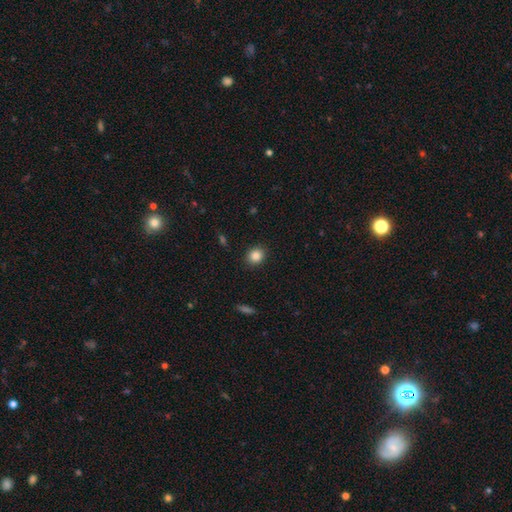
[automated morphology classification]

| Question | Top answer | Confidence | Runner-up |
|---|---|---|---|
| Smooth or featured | smooth | 85% | star or artifact (10%) |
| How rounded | round | 67% | in between (32%) |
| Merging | none | 90% | minor disturbance (7%) |